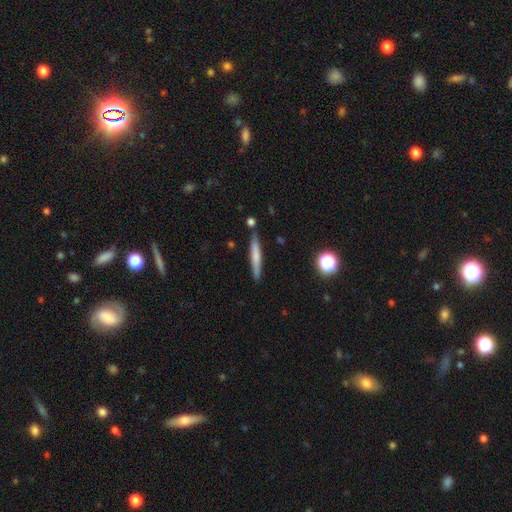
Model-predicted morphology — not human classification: smooth 63%, featured or disk 30%, star or artifact 7%. Down the decision tree: how rounded — cigar-shaped (94%); merging — none (84%).